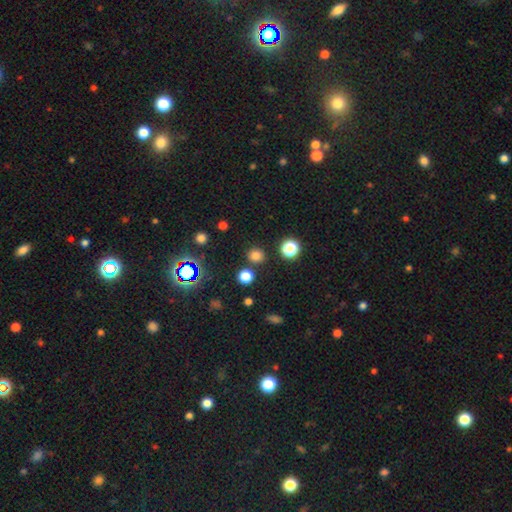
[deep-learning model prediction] The model was most divided on "smooth or featured": smooth: 75%, star or artifact: 21%, featured or disk: 5%. More confident: how rounded — round (91%); merging — none (84%).